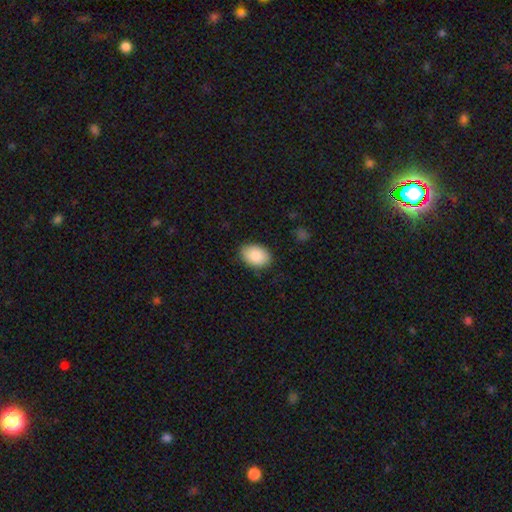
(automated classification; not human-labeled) Smooth or featured? smooth (87%)
How rounded? in between (84%)
Merging? none (85%)